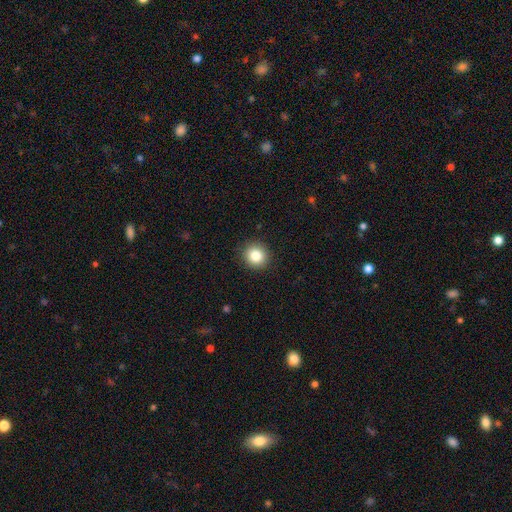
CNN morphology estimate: The model was most divided on "smooth or featured": smooth: 84%, star or artifact: 10%, featured or disk: 6%. More confident: how rounded — round (92%); merging — none (91%).